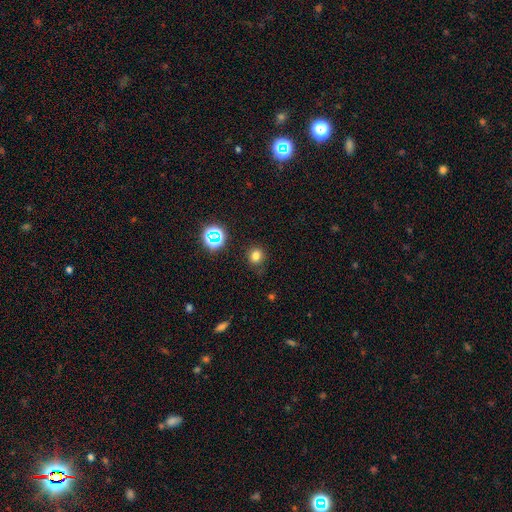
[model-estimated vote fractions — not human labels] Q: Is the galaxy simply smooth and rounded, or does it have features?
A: smooth — 74%.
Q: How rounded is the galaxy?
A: round — 82%.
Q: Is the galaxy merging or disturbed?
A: none — 80%.